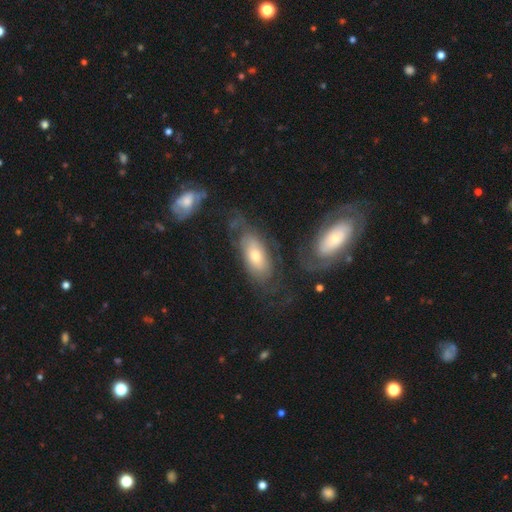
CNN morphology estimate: type=featured or disk (51%); edge-on=no (87%); merging=none (51%).